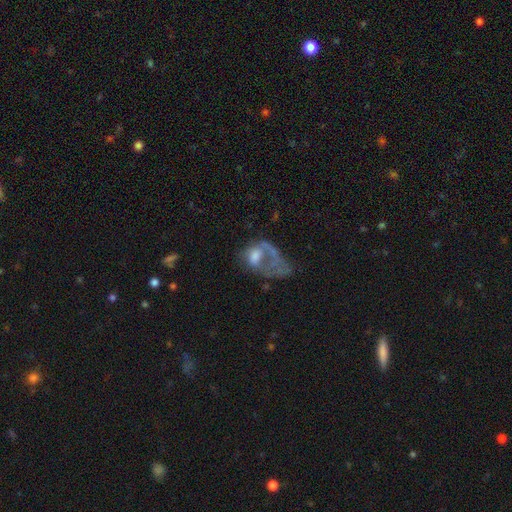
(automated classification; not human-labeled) A featured or disk galaxy (52%). Merging: major disturbance (61%).